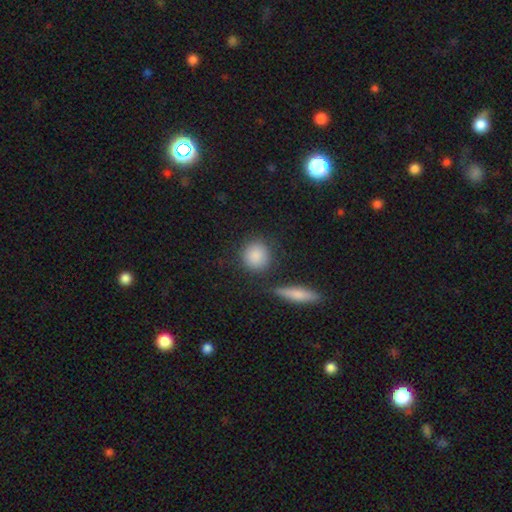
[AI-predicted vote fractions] Overall: smooth (87%). How rounded: round (85%). Merging: none (79%).